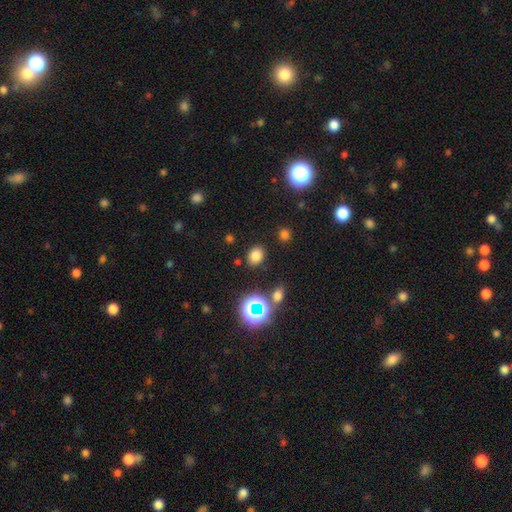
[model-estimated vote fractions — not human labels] smooth-or-featured: smooth: 76% | star or artifact: 18% | featured or disk: 6%
  how-rounded: in between: 59% | round: 40% | cigar-shaped: 1%
  merging: none: 84% | minor disturbance: 9% | major disturbance: 3% | merger: 3%